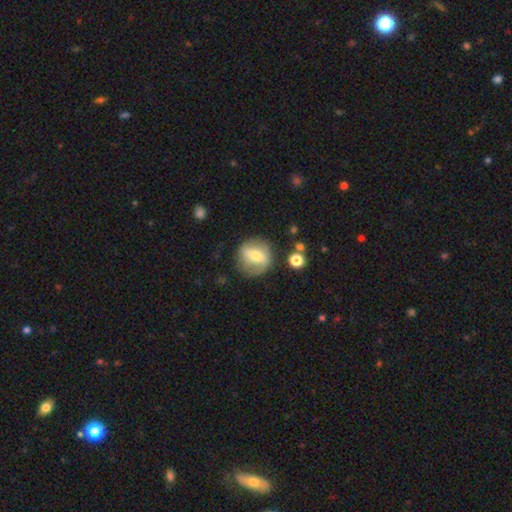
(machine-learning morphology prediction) The model was most divided on "smooth or featured": smooth: 48%, featured or disk: 44%, star or artifact: 8%. More confident: merging — none (75%).